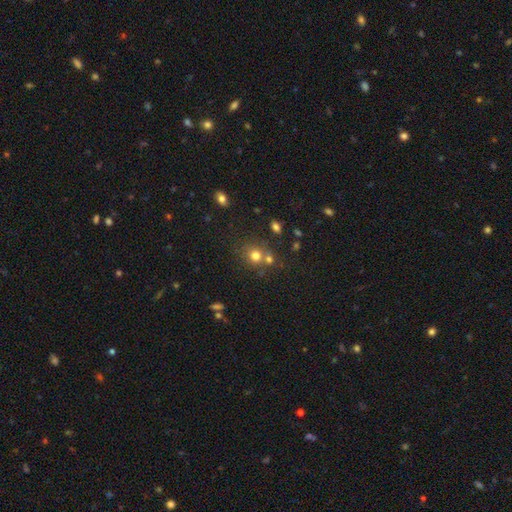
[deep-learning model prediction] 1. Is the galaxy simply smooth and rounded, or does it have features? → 73% smooth, 17% star or artifact, 11% featured or disk.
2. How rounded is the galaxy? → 80% round, 19% in between, 1% cigar-shaped.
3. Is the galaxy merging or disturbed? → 56% none, 29% merger, 10% minor disturbance, 4% major disturbance.